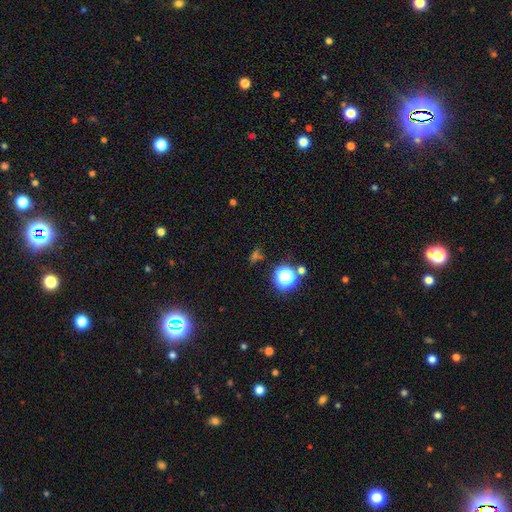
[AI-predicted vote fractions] Smooth or featured: star or artifact — 55% (smooth — 36%)